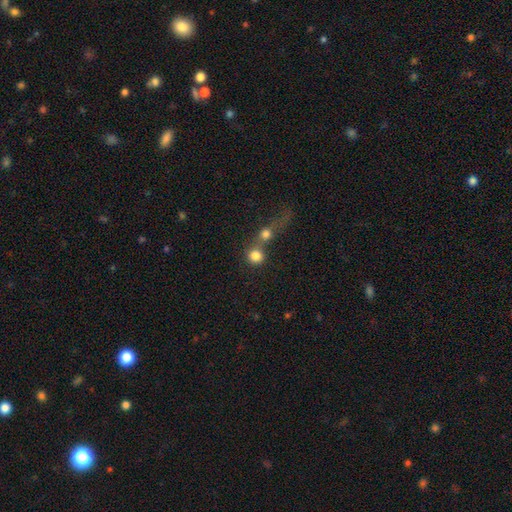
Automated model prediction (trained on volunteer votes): Morphology: type=smooth (81%); roundness=round (90%); merging=merger (48%).